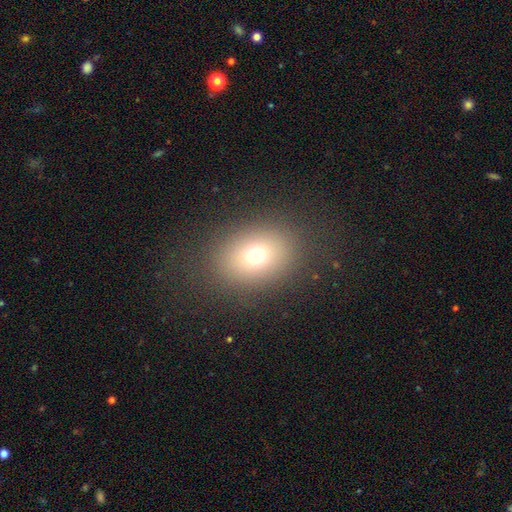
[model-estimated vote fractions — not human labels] Smooth or featured?
  - smooth: 71% *
  - star or artifact: 17%
  - featured or disk: 12%
How rounded?
  - in between: 56% *
  - round: 43%
  - cigar-shaped: 1%
Merging?
  - none: 85% *
  - minor disturbance: 8%
  - major disturbance: 6%
  - merger: 1%